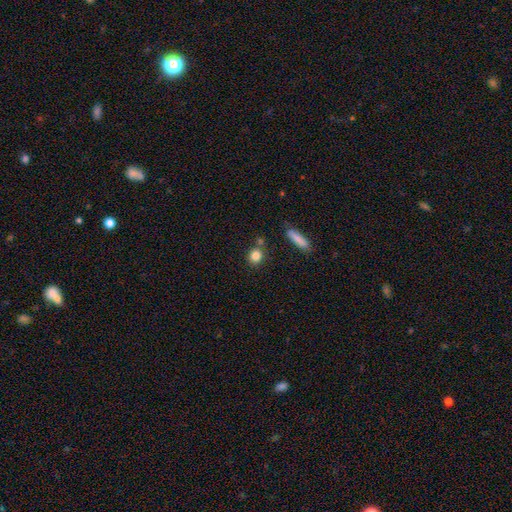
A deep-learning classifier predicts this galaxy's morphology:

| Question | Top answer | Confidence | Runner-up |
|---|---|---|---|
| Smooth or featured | smooth | 84% | star or artifact (10%) |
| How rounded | round | 73% | in between (23%) |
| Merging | none | 73% | merger (13%) |